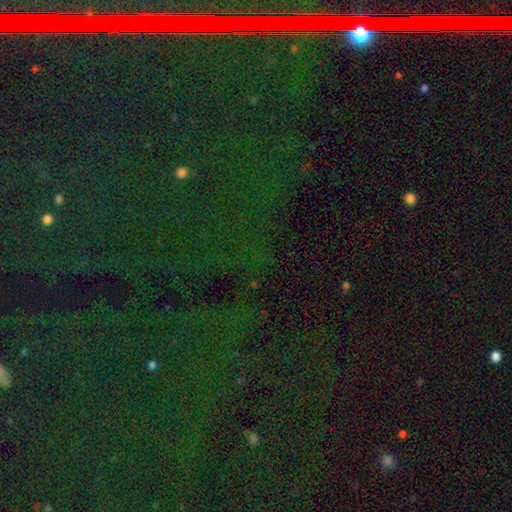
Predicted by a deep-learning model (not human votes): Morphology: type=star or artifact (81%).